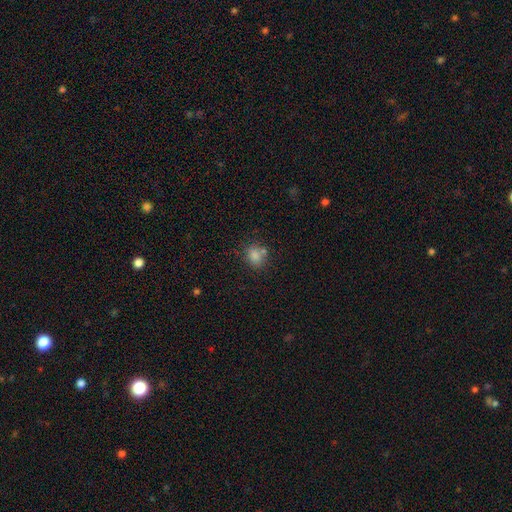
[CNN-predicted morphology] This appears to be a smooth galaxy with no disk features (78%) that is round (53%). Merging: none (66%).